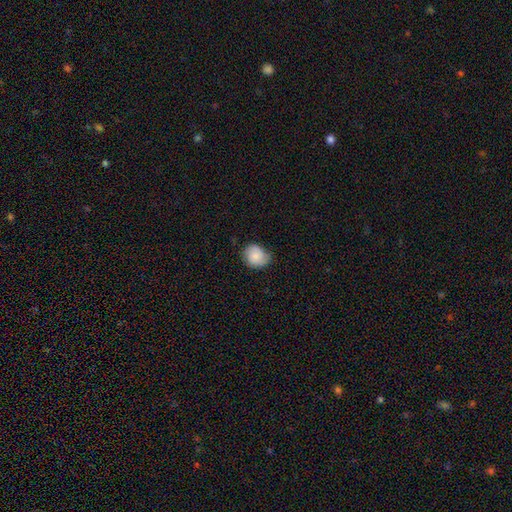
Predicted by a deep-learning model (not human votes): This appears to be a smooth galaxy with no disk features (78%) that is round (68%). Merging: none (61%).